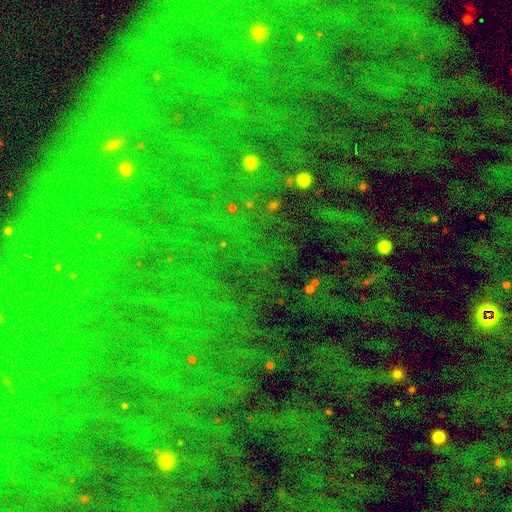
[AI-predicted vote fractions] A star or artifact, not a galaxy (83%).

Vote fractions:
- Smooth or featured? star or artifact: 83% / smooth: 9% / featured or disk: 8%